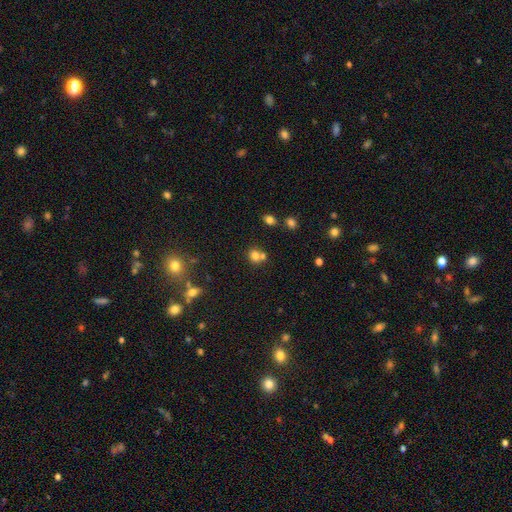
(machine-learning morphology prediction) type=smooth (74%); roundness=round (71%); merging=merger (46%).